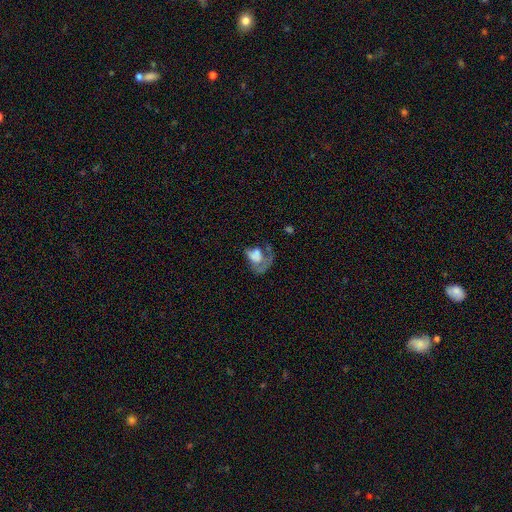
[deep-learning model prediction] smooth 44% (tied), featured or disk 44% (tied), star or artifact 12%. Down the decision tree: merging — major disturbance (52%).